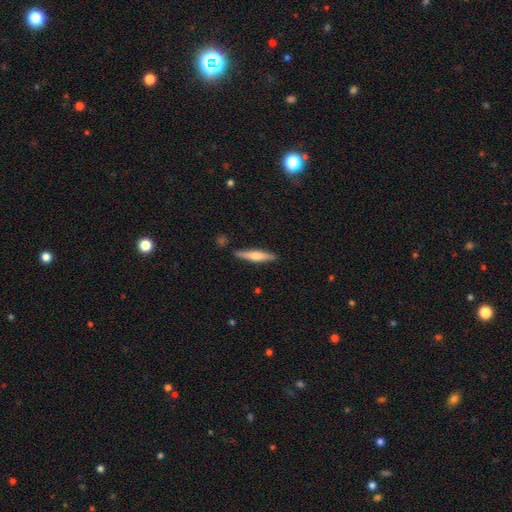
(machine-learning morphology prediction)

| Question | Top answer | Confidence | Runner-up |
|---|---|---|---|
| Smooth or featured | featured or disk | 49% | smooth (45%) |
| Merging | none | 89% | minor disturbance (8%) |